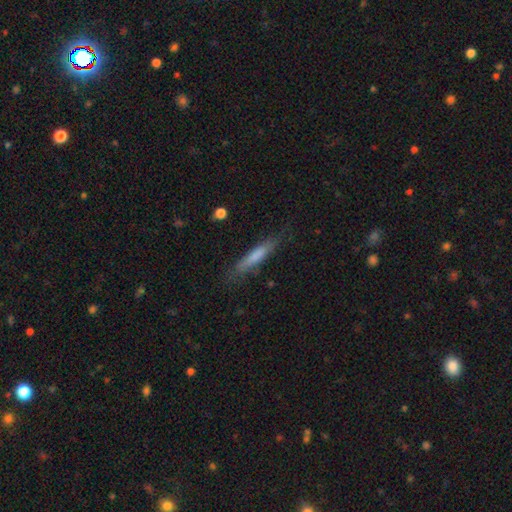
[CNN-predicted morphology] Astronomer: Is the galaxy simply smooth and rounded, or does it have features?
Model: smooth — 67%.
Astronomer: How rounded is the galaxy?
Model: cigar-shaped — 90%.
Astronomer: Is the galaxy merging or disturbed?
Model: none — 78%.